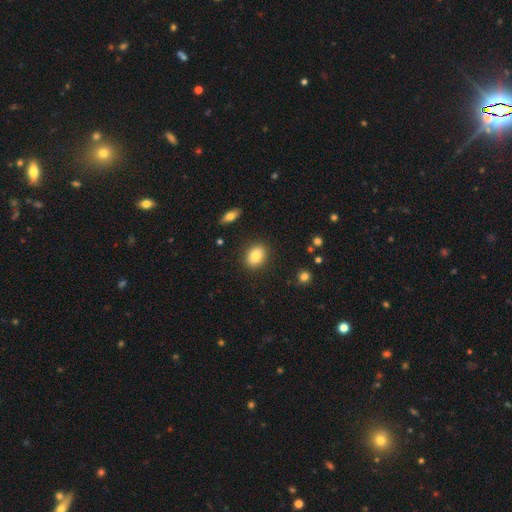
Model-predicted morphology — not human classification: The model was most divided on "how rounded": in between: 65%, round: 33%, cigar-shaped: 1%. More confident: merging — none (87%); smooth or featured — smooth (81%).